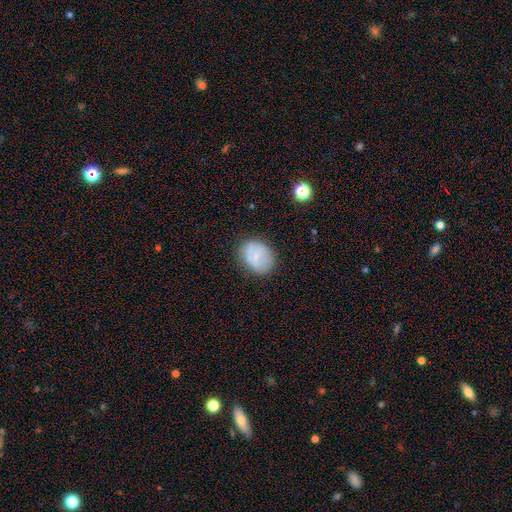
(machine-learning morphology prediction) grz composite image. It shows a smooth galaxy with no disk features (68%) that is in between round and cigar-shaped (55%). Merging: none (75%).